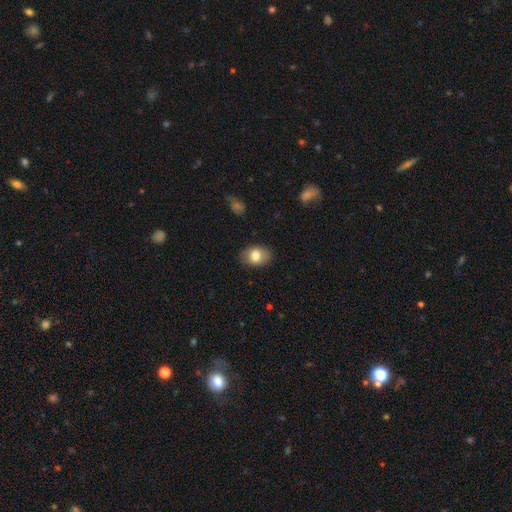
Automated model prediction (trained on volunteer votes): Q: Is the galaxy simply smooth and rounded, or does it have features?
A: smooth — 79%.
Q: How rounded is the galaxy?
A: in between — 75%.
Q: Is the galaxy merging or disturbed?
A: none — 85%.